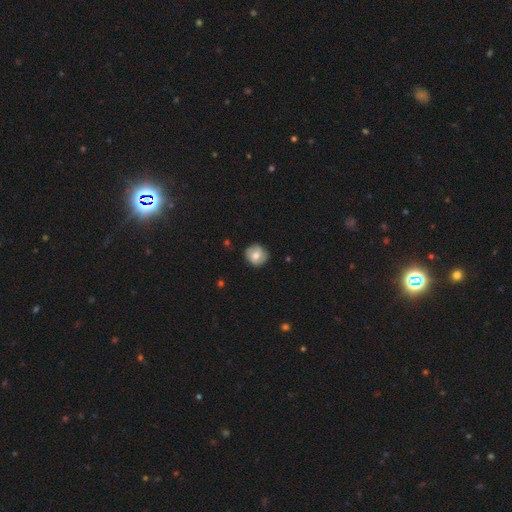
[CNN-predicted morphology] Overall: smooth (69%). How rounded: round (88%). Merging: none (80%).